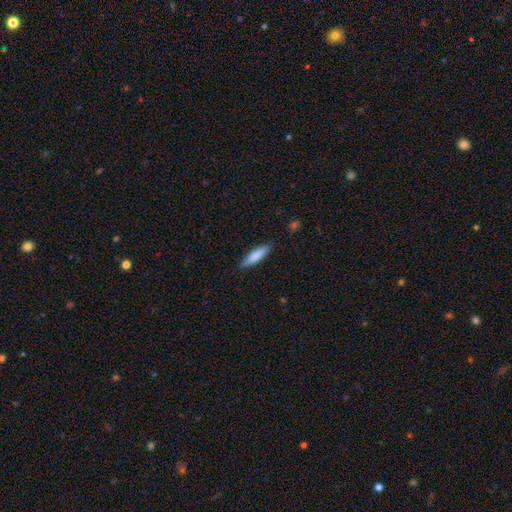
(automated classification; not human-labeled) The model was most divided on "smooth or featured": smooth: 73%, featured or disk: 21%, star or artifact: 6%. More confident: merging — none (85%); how rounded — cigar-shaped (77%).